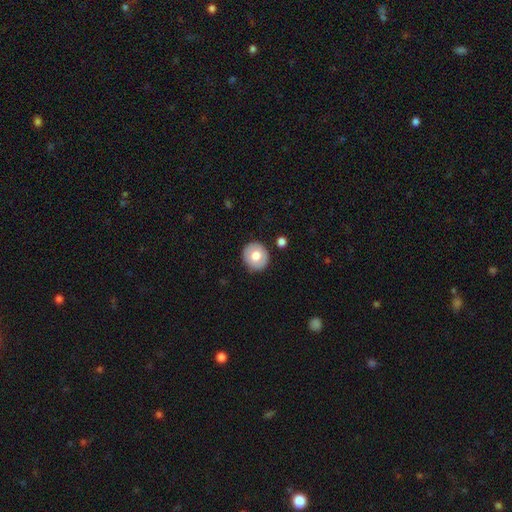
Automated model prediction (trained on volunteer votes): Smooth or featured? smooth (73%)
How rounded? round (81%)
Merging? none (88%)